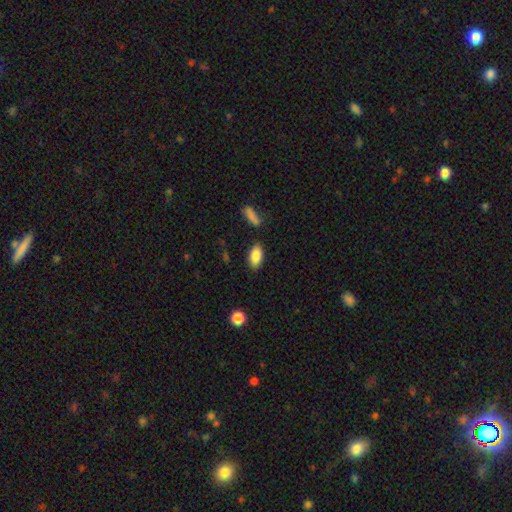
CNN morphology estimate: Smooth or featured? smooth (86%)
How rounded? in between (91%)
Merging? none (84%)